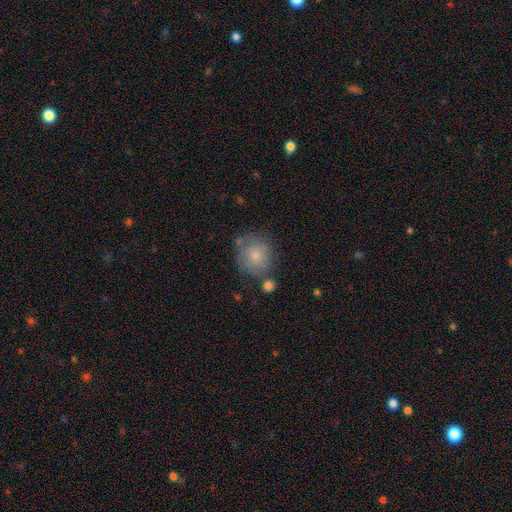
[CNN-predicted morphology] Smooth or featured? Predicted: smooth (p=0.75). How rounded? Predicted: round (p=0.83). Merging? Predicted: none (p=0.62).